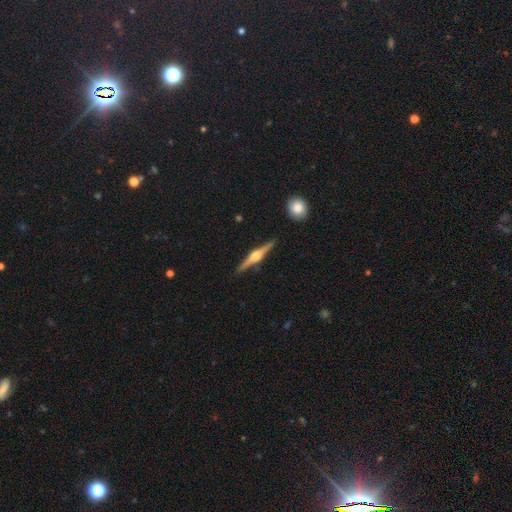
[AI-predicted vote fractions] featured or disk 85%, smooth 10%, star or artifact 5%. Down the decision tree: edge-on disk — yes (98%); edge-on bulge — rounded (94%); merging — none (90%).